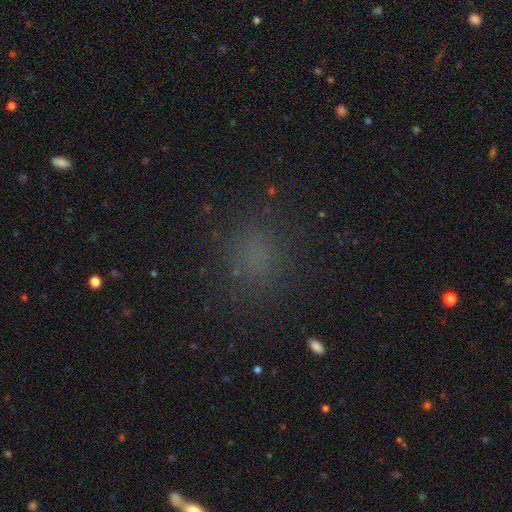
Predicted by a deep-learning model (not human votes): A smooth galaxy with no disk features (68%) that is round (76%).

Vote fractions:
- Smooth or featured? smooth: 68% / star or artifact: 25% / featured or disk: 6%
- How rounded? round: 76% / in between: 23% / cigar-shaped: 2%
- Merging? none: 83% / minor disturbance: 10% / major disturbance: 6% / merger: 1%